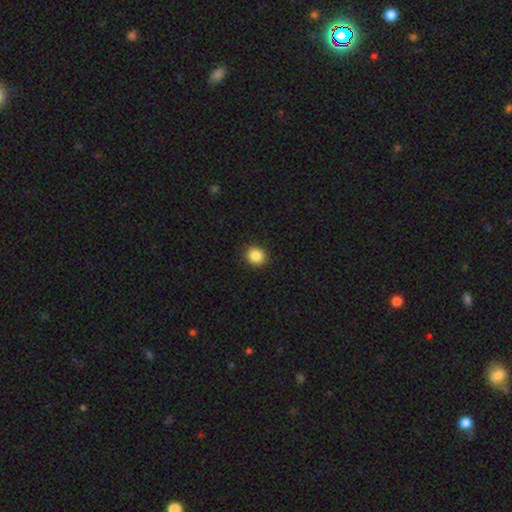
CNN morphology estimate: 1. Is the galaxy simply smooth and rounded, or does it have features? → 87% smooth, 9% star or artifact, 3% featured or disk.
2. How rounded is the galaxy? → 80% round, 19% in between, 1% cigar-shaped.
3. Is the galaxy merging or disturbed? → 91% none, 6% minor disturbance, 2% major disturbance, 1% merger.